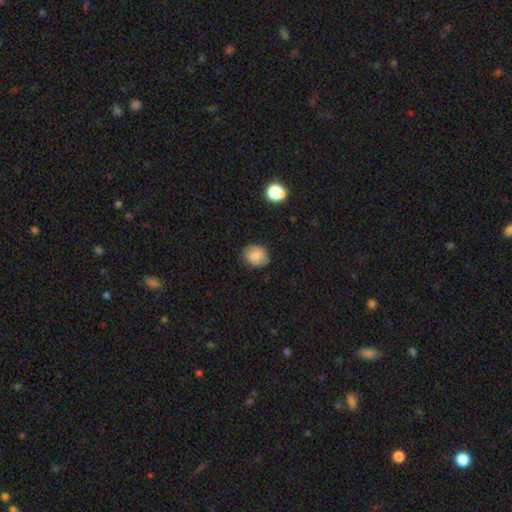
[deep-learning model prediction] smooth 80%, featured or disk 11%, star or artifact 9%. Down the decision tree: how rounded — round (61%); merging — none (80%).